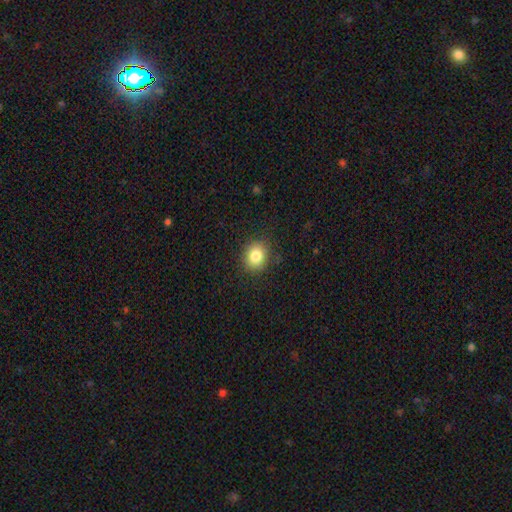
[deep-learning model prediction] This is clearly a smooth galaxy (83%). How rounded: likely round (68%). Merging: clearly none (87%).